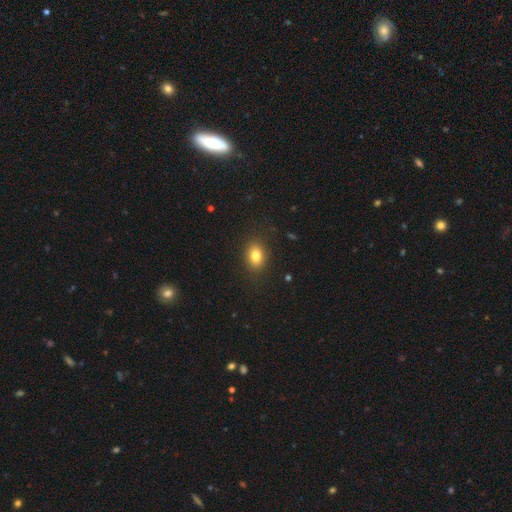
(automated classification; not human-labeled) smooth 81%, star or artifact 11%, featured or disk 9%. Down the decision tree: how rounded — in between (66%); merging — none (86%).